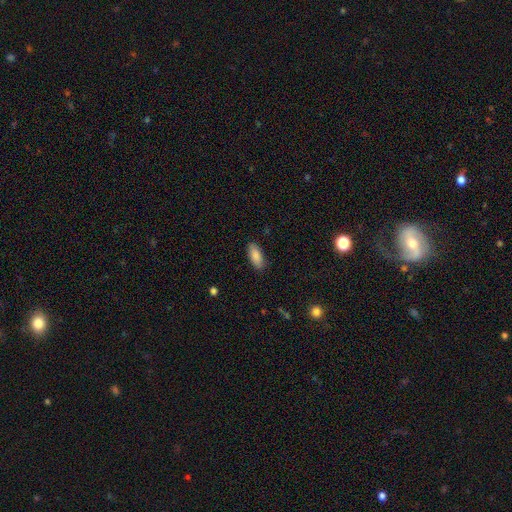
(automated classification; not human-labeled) smooth 88%, star or artifact 6%, featured or disk 6%. Down the decision tree: how rounded — in between (84%); merging — none (87%).